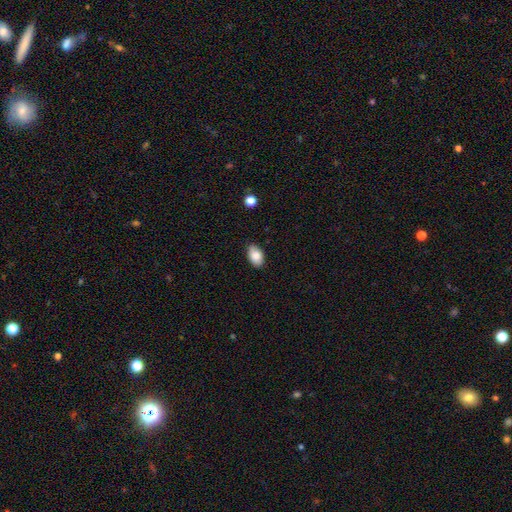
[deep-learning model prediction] A smooth galaxy with no disk features (85%) that is in between round and cigar-shaped (92%). Merging: none (84%).